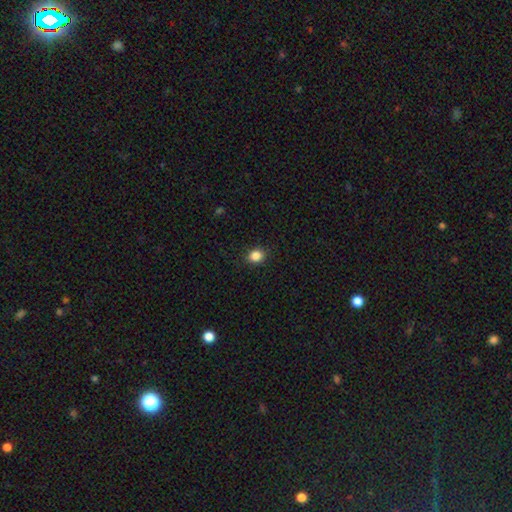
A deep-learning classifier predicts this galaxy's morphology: A smooth galaxy with no disk features (85%) that is round (73%). Merging: none (90%).